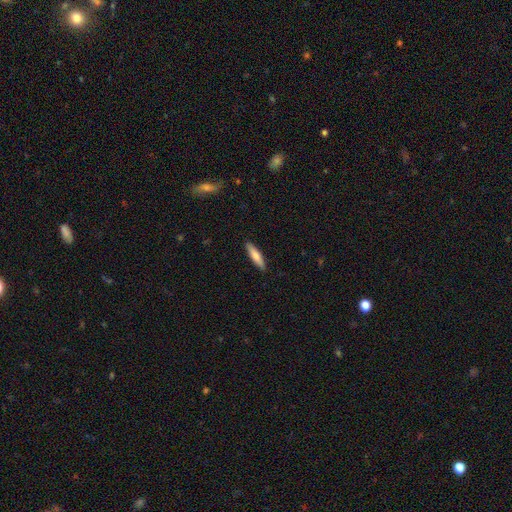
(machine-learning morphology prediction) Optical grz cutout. It shows a smooth galaxy with no disk features (73%) that is cigar-shaped (77%). Merging: none (89%).